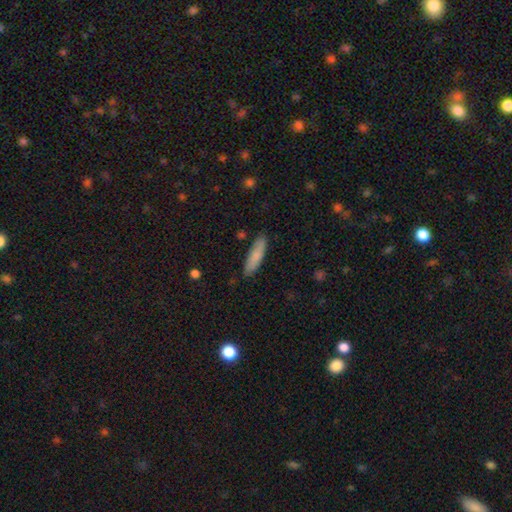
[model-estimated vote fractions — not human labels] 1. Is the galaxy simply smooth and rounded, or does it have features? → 82% smooth, 12% featured or disk, 6% star or artifact.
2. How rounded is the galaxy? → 70% cigar-shaped, 28% in between, 2% round.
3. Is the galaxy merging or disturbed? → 85% none, 11% minor disturbance, 2% major disturbance, 2% merger.